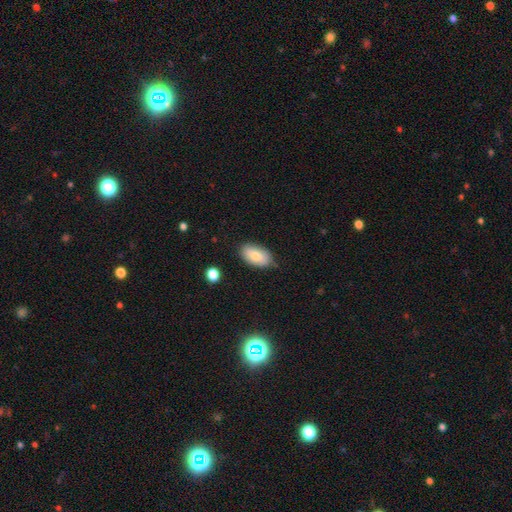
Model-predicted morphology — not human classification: Q: Smooth or featured?
A: smooth (79%); runner-up: featured or disk (13%)
Q: How rounded?
A: in between (93%); runner-up: round (5%)
Q: Merging?
A: none (77%); runner-up: minor disturbance (18%)